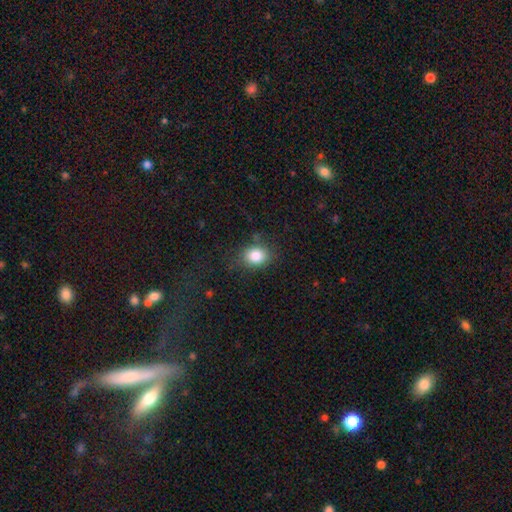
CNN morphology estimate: Smooth or featured? Predicted: smooth (p=0.83). How rounded? Predicted: round (p=0.54). Merging? Predicted: none (p=0.76).